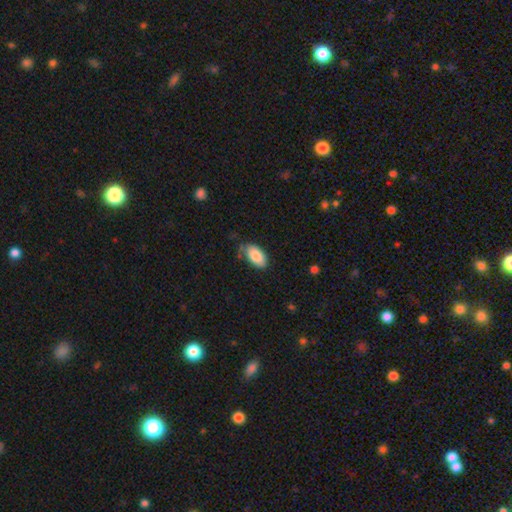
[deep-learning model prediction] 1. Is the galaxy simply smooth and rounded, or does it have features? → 85% smooth, 8% featured or disk, 6% star or artifact.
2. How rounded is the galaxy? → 95% in between, 3% round, 2% cigar-shaped.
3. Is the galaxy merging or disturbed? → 67% none, 25% minor disturbance, 6% major disturbance, 3% merger.